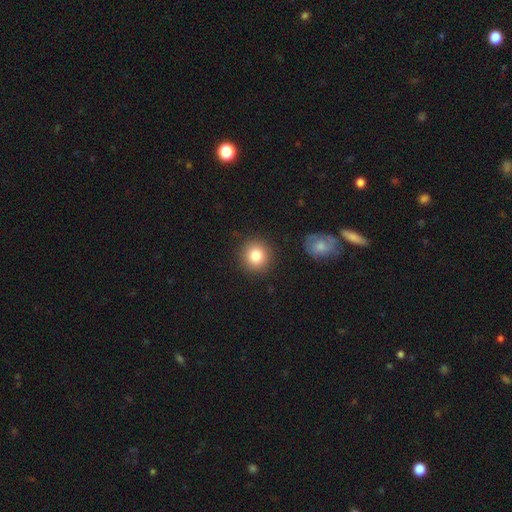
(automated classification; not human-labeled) smooth_or_featured: smooth (p=0.82) [alt: star or artifact p=0.10]
how_rounded: round (p=0.90) [alt: in between p=0.09]
merging: none (p=0.89) [alt: minor disturbance p=0.07]